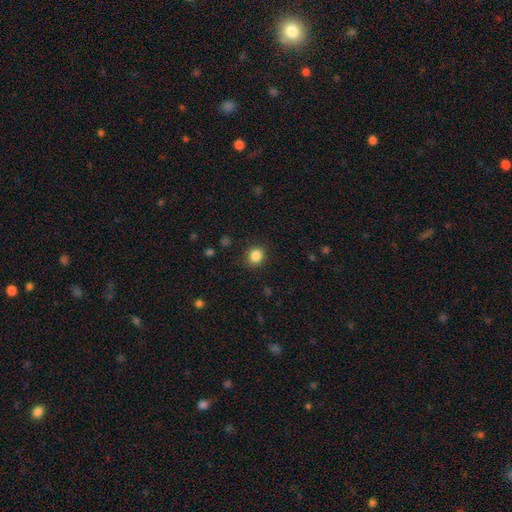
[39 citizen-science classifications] Morphology: type=smooth (92%); roundness=round (94%); merging=none (89%).